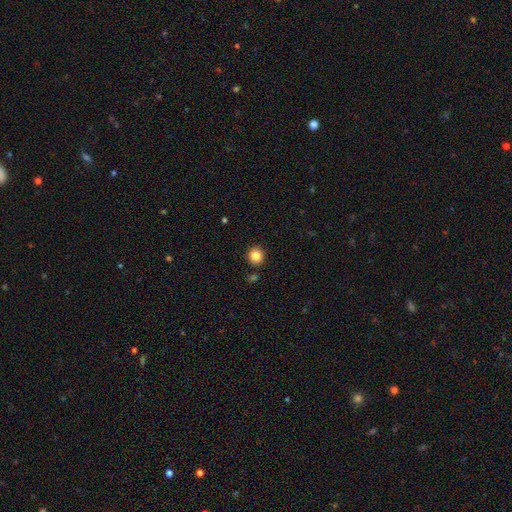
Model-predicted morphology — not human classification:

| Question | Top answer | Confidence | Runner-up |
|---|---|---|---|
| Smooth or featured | smooth | 85% | star or artifact (10%) |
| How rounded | round | 90% | in between (9%) |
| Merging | none | 89% | minor disturbance (6%) |